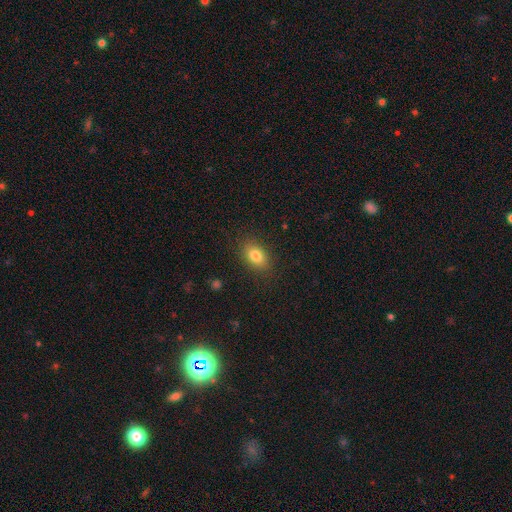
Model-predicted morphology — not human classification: type=smooth (82%); roundness=in between (83%); merging=none (86%).